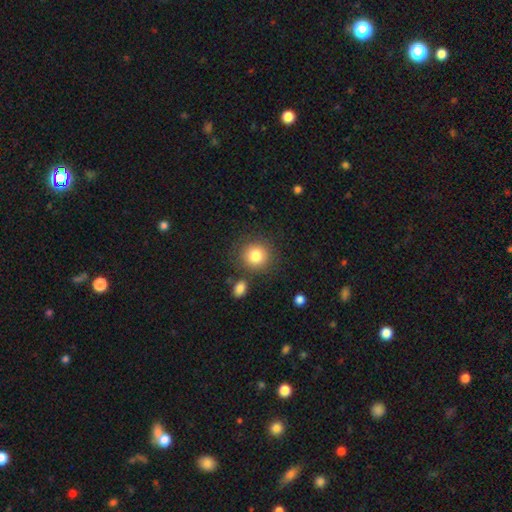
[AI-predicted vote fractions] Smooth or featured?
  - smooth: 83% *
  - star or artifact: 9%
  - featured or disk: 8%
How rounded?
  - round: 90% *
  - in between: 9%
  - cigar-shaped: 1%
Merging?
  - none: 80% *
  - minor disturbance: 9%
  - merger: 7%
  - major disturbance: 4%